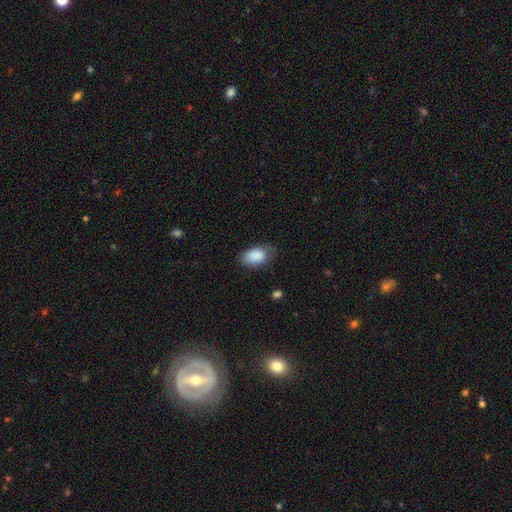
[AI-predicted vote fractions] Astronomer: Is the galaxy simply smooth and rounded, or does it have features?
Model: smooth — 89%.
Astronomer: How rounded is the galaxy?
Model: in between — 92%.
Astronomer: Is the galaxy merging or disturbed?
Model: none — 72%.